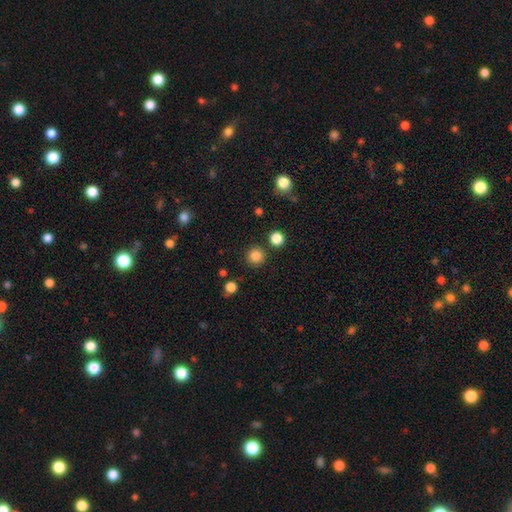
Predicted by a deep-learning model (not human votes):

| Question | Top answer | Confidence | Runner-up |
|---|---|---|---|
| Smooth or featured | smooth | 84% | star or artifact (13%) |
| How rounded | round | 95% | in between (4%) |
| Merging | none | 88% | minor disturbance (6%) |